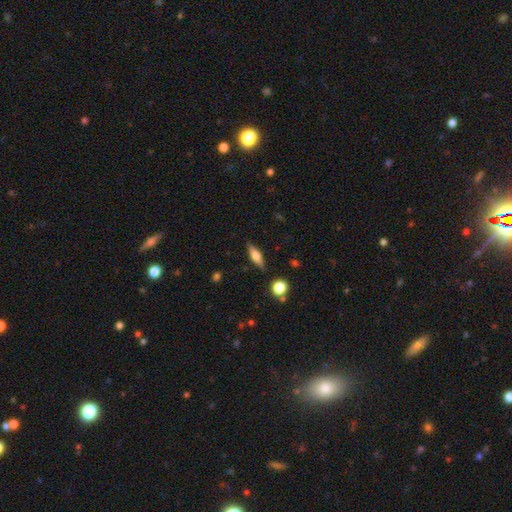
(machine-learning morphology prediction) Smooth or featured: smooth — 57% (featured or disk — 35%)
How rounded: in between — 51% (cigar-shaped — 45%)
Merging: none — 85% (minor disturbance — 10%)